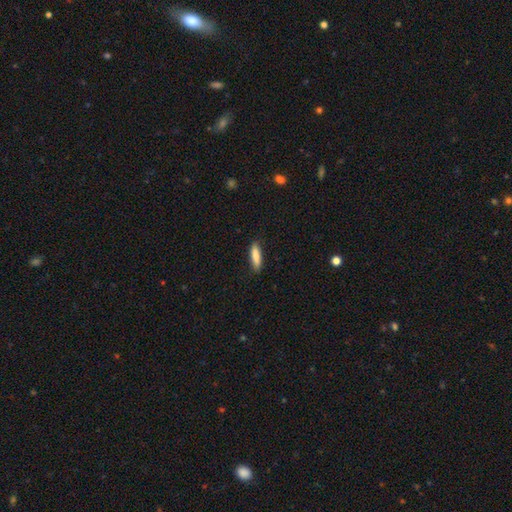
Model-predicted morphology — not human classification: type=smooth (84%); roundness=cigar-shaped (64%); merging=none (85%).